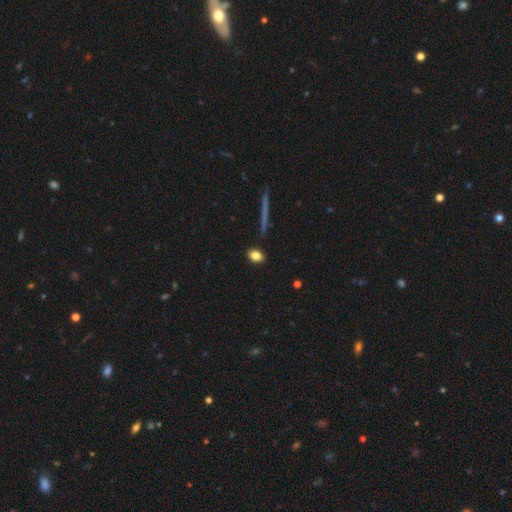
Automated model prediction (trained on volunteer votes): Smooth or featured? smooth (84%)
How rounded? in between (73%)
Merging? none (89%)